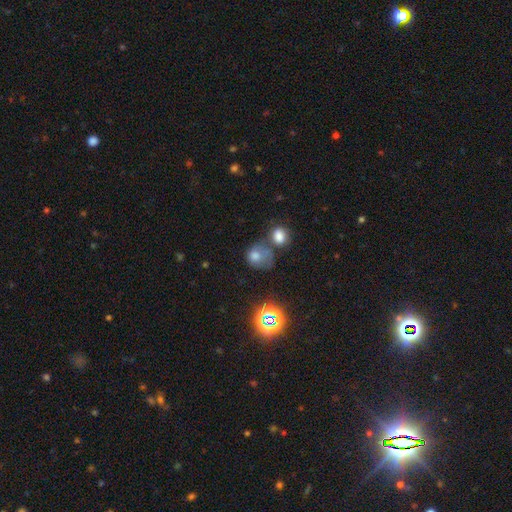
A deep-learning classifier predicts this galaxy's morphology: Q: Smooth or featured?
A: smooth (63%); runner-up: star or artifact (21%)
Q: How rounded?
A: round (65%); runner-up: in between (33%)
Q: Merging?
A: none (32%); runner-up: merger (30%)